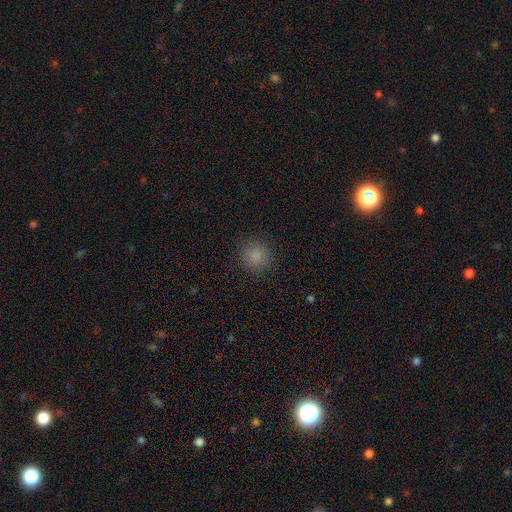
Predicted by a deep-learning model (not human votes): A smooth galaxy with no disk features (84%) that is round (93%).

Vote fractions:
- Smooth or featured? smooth: 84% / star or artifact: 13% / featured or disk: 4%
- How rounded? round: 93% / in between: 6% / cigar-shaped: 1%
- Merging? none: 89% / minor disturbance: 7% / major disturbance: 3% / merger: 1%